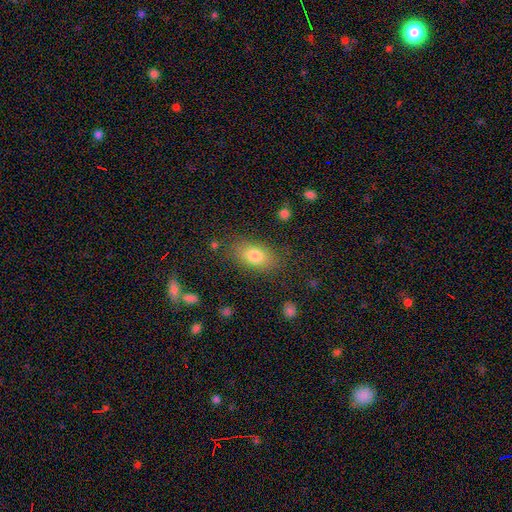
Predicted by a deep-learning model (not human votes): Smooth or featured: smooth — 79% (featured or disk — 12%)
How rounded: in between — 87% (round — 9%)
Merging: none — 80% (minor disturbance — 13%)